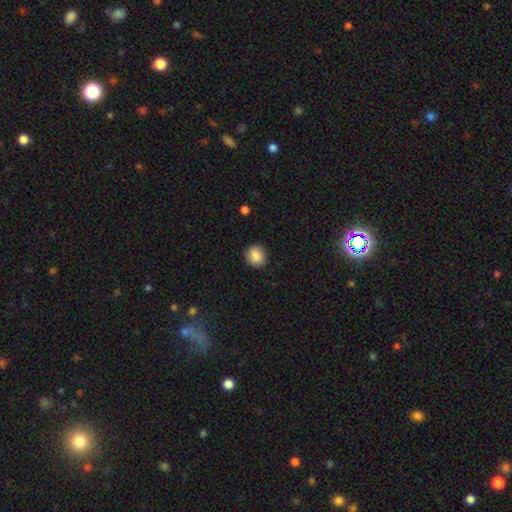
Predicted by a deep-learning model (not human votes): smooth_or_featured: smooth (p=0.86) [alt: star or artifact p=0.08]
how_rounded: round (p=0.79) [alt: in between p=0.20]
merging: none (p=0.89) [alt: minor disturbance p=0.08]